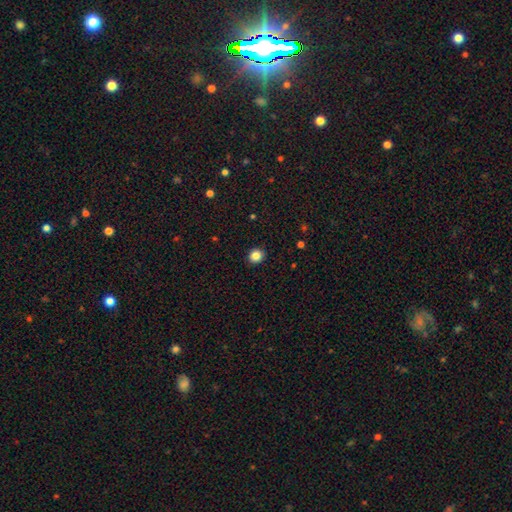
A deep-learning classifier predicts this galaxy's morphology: Q: Smooth or featured?
A: smooth (85%); runner-up: star or artifact (11%)
Q: How rounded?
A: round (86%); runner-up: in between (13%)
Q: Merging?
A: none (92%); runner-up: minor disturbance (5%)